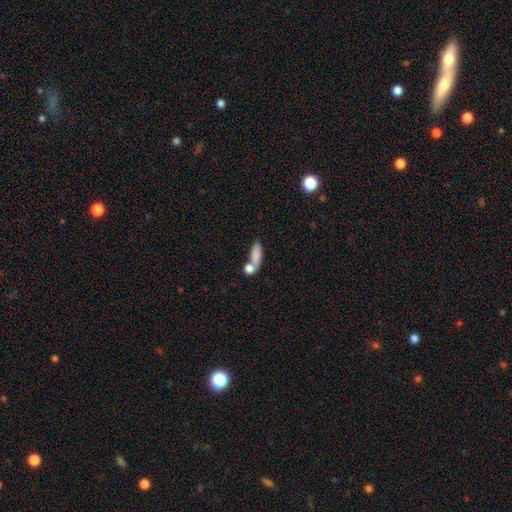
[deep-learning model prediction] Smooth or featured? smooth (81%)
How rounded? in between (58%)
Merging? none (43%)